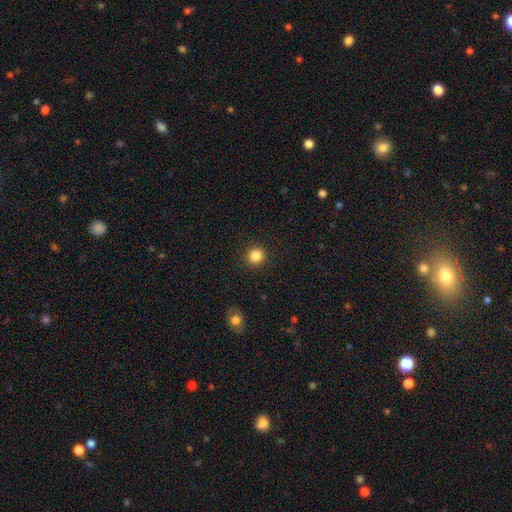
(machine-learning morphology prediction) Smooth or featured?
  - smooth: 85% *
  - star or artifact: 11%
  - featured or disk: 4%
How rounded?
  - round: 93% *
  - in between: 6%
  - cigar-shaped: 1%
Merging?
  - none: 91% *
  - minor disturbance: 5%
  - major disturbance: 2%
  - merger: 1%